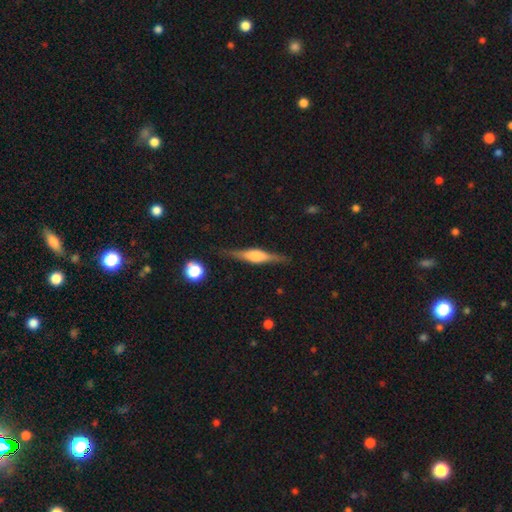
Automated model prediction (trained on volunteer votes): Smooth or featured? Predicted: featured or disk (p=0.73). Edge-on disk? Predicted: yes (p=0.97). Edge-on bulge? Predicted: rounded (p=0.76). Merging? Predicted: none (p=0.86).